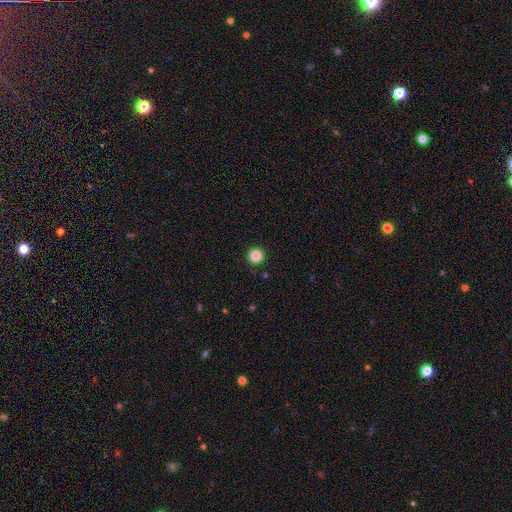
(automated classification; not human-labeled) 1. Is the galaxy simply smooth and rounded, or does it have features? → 85% smooth, 11% star or artifact, 3% featured or disk.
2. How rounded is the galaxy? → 96% round, 3% in between, 1% cigar-shaped.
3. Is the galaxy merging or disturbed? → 93% none, 4% minor disturbance, 2% major disturbance, 1% merger.